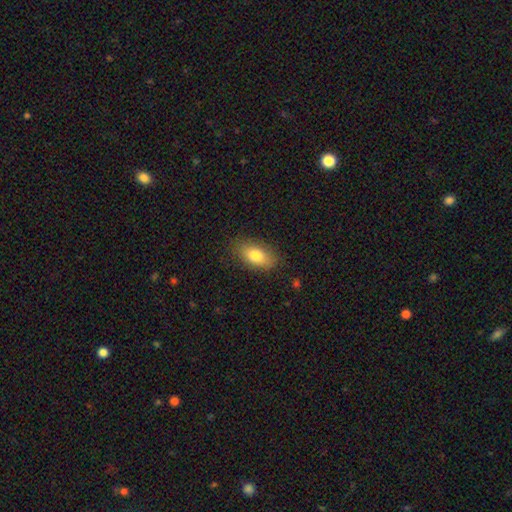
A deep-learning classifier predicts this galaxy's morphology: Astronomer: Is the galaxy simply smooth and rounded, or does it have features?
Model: smooth — 79%.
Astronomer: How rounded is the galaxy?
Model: in between — 89%.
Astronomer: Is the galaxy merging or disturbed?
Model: none — 83%.